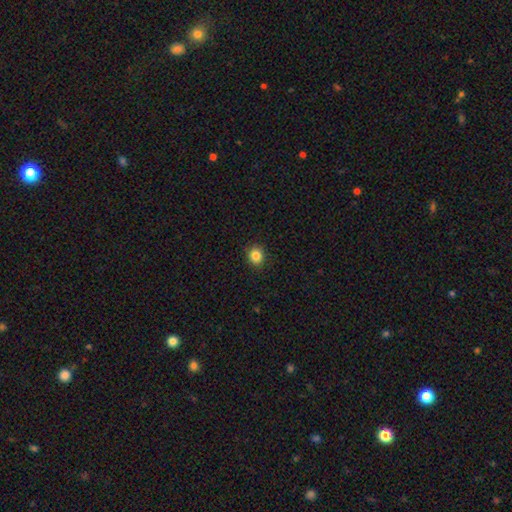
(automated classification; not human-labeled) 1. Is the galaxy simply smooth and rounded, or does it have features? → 85% smooth, 11% star or artifact, 4% featured or disk.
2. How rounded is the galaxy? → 78% round, 21% in between, 1% cigar-shaped.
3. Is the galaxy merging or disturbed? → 90% none, 7% minor disturbance, 2% major disturbance, 1% merger.